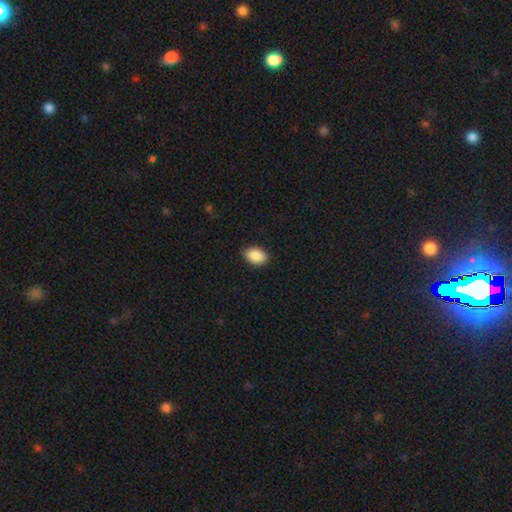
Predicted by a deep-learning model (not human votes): Smooth or featured? smooth (90%)
How rounded? in between (88%)
Merging? none (89%)